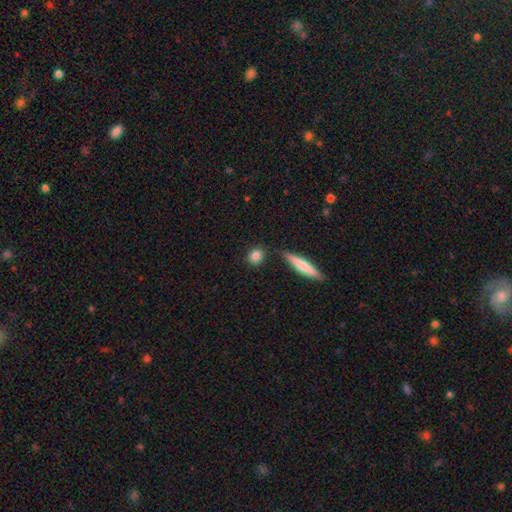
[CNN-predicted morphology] Smooth or featured: smooth — 84% (star or artifact — 8%)
How rounded: round — 60% (in between — 31%)
Merging: none — 82% (minor disturbance — 10%)